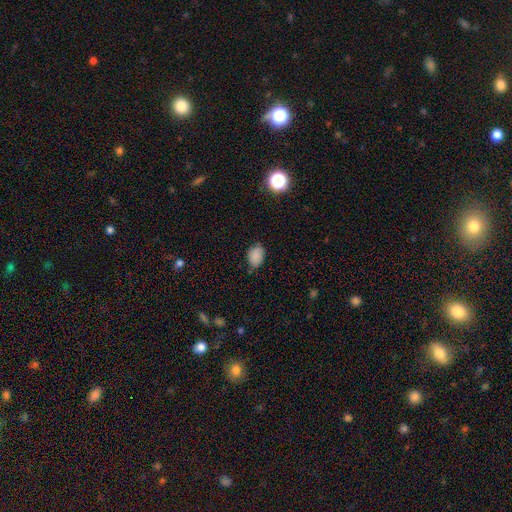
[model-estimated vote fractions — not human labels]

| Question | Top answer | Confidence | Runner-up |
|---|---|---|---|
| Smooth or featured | smooth | 83% | star or artifact (11%) |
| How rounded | in between | 75% | round (24%) |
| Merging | none | 72% | minor disturbance (23%) |